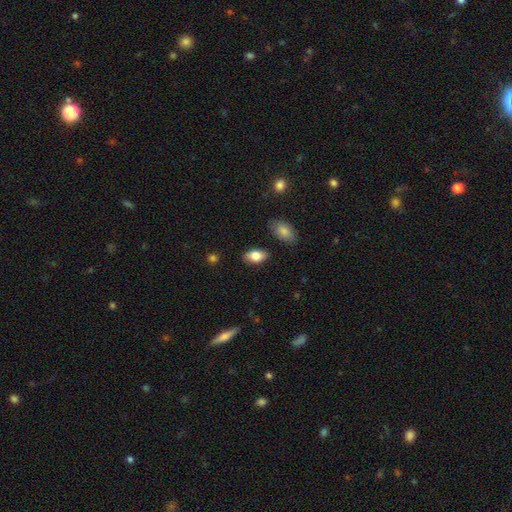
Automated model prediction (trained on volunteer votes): smooth-or-featured: smooth: 83% | featured or disk: 10% | star or artifact: 7%
  how-rounded: in between: 92% | round: 6% | cigar-shaped: 2%
  merging: none: 86% | minor disturbance: 10% | major disturbance: 2% | merger: 2%